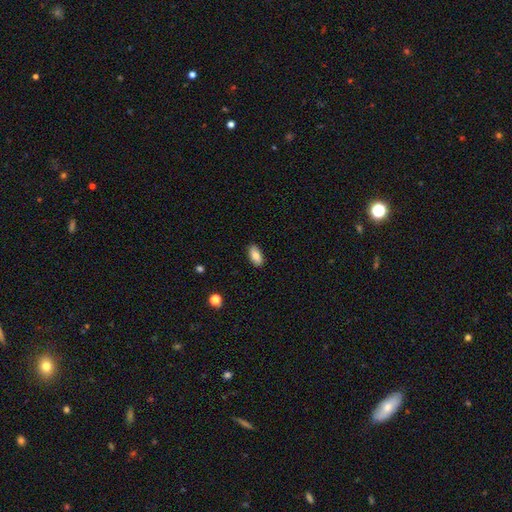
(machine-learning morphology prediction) This appears to be a smooth galaxy with no disk features (82%) that is in between round and cigar-shaped (90%). Merging: none (88%).